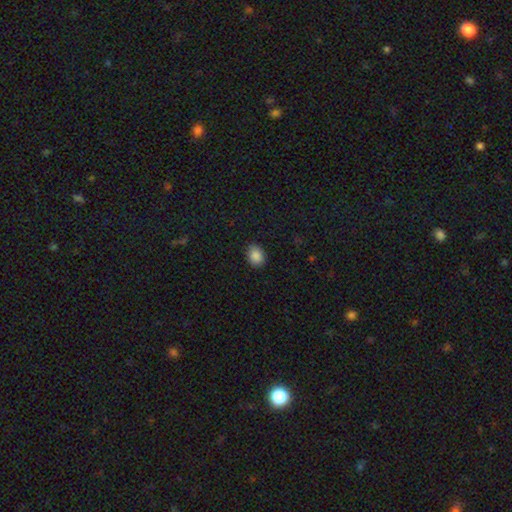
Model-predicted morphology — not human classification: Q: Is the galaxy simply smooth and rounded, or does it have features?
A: smooth — 87%.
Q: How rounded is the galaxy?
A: in between — 56%.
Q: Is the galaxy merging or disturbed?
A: none — 88%.